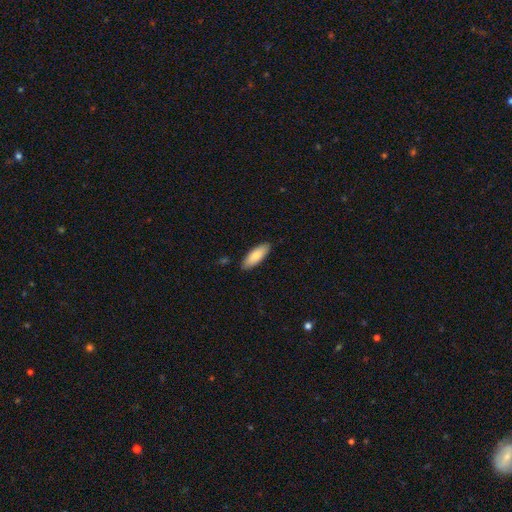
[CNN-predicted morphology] smooth 84%, featured or disk 11%, star or artifact 6%. Down the decision tree: how rounded — in between (68%); merging — none (88%).